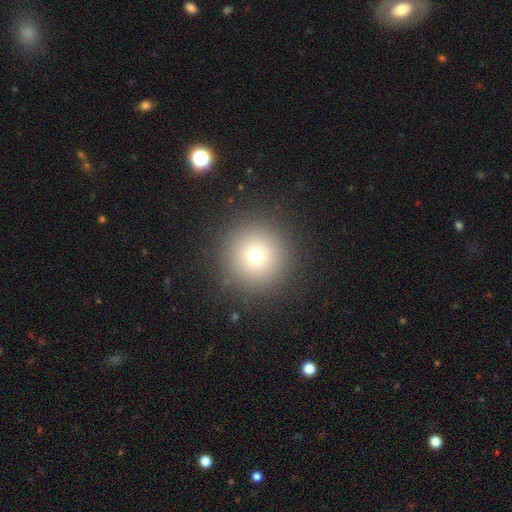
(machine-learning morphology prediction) A smooth galaxy with no disk features (74%) that is round (96%).

Vote fractions:
- Smooth or featured? smooth: 74% / star or artifact: 16% / featured or disk: 10%
- How rounded? round: 96% / in between: 3% / cigar-shaped: 1%
- Merging? none: 90% / minor disturbance: 5% / major disturbance: 3% / merger: 1%